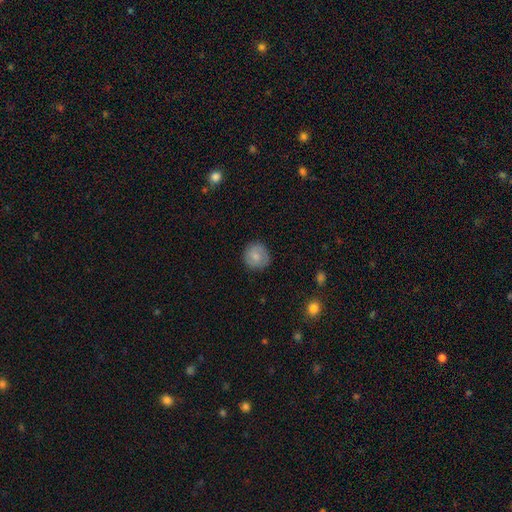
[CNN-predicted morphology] Overall: smooth (72%). How rounded: round (91%). Merging: none (86%).